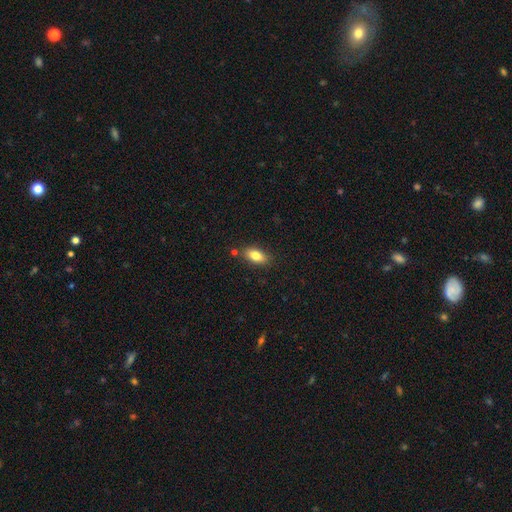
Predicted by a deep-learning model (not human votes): A smooth galaxy with no disk features (80%) that is in between round and cigar-shaped (87%).

Vote fractions:
- Smooth or featured? smooth: 80% / featured or disk: 12% / star or artifact: 8%
- How rounded? in between: 87% / cigar-shaped: 8% / round: 5%
- Merging? none: 81% / minor disturbance: 12% / merger: 5% / major disturbance: 3%